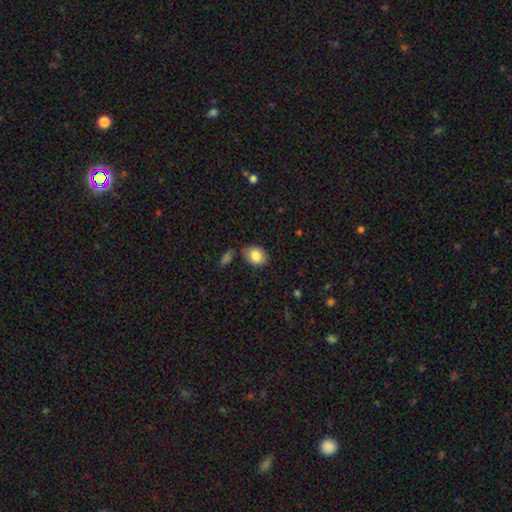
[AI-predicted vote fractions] Q: Smooth or featured?
A: smooth (84%); runner-up: featured or disk (8%)
Q: How rounded?
A: in between (68%); runner-up: round (31%)
Q: Merging?
A: none (75%); runner-up: minor disturbance (16%)